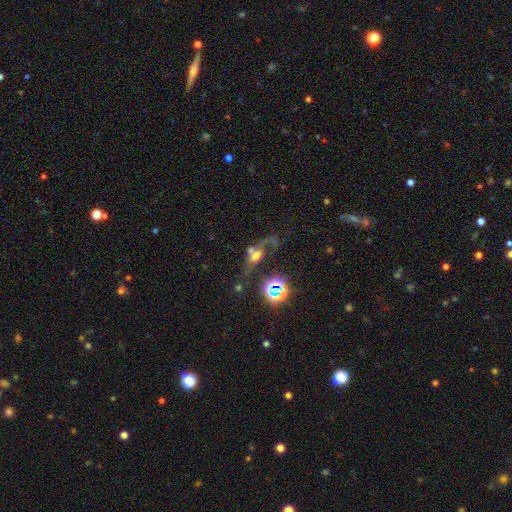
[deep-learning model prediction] featured or disk 43%, smooth 33%, star or artifact 24%. Down the decision tree: merging — merger (31%).